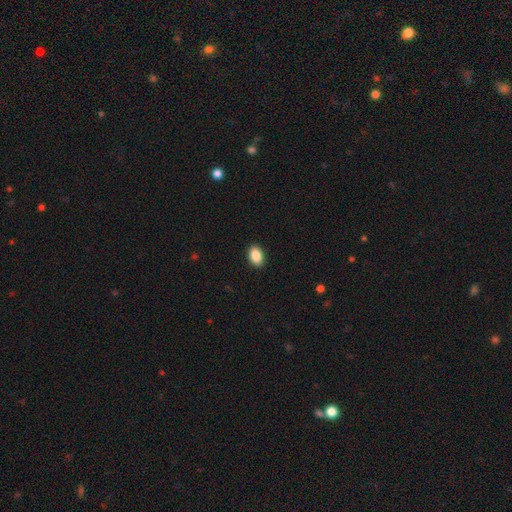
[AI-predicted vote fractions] Overall: smooth (89%). How rounded: in between (89%). Merging: none (91%).